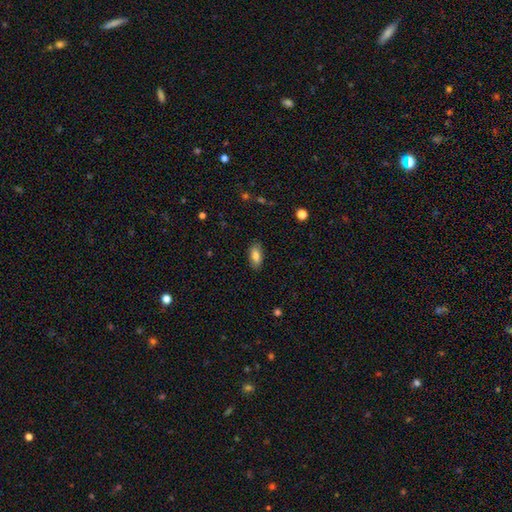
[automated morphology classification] Smooth or featured?
  - smooth: 80% *
  - featured or disk: 13%
  - star or artifact: 7%
How rounded?
  - in between: 89% *
  - cigar-shaped: 8%
  - round: 3%
Merging?
  - none: 86% *
  - minor disturbance: 10%
  - major disturbance: 2%
  - merger: 1%